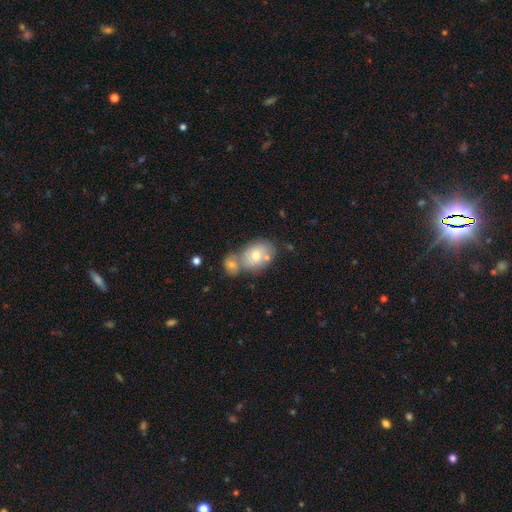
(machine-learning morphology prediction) A smooth galaxy with no disk features (68%) that is in between round and cigar-shaped (72%). Merging: merger (45%).